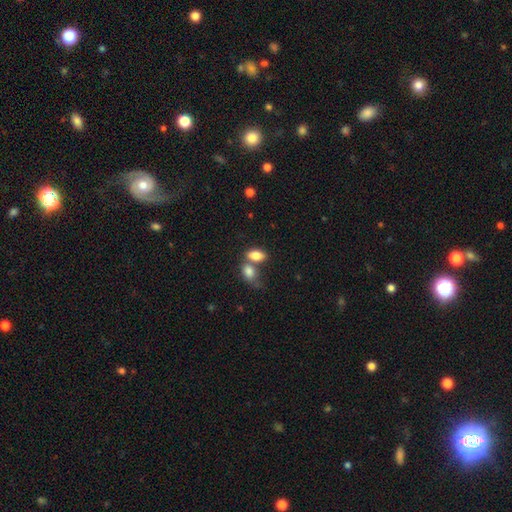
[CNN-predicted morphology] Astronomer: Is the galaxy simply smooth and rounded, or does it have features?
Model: smooth — 84%.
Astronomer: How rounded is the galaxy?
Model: in between — 90%.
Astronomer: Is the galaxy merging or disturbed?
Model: merger — 46% (runner-up: none, 40%).